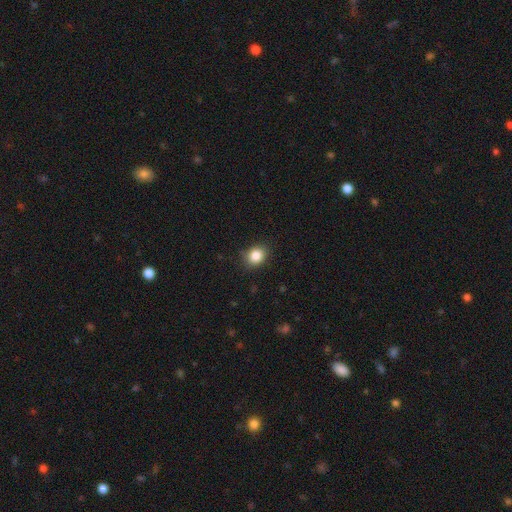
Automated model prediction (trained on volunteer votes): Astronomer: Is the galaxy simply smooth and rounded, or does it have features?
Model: smooth — 85%.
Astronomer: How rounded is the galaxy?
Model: round — 63%.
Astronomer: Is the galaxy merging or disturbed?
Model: none — 84%.